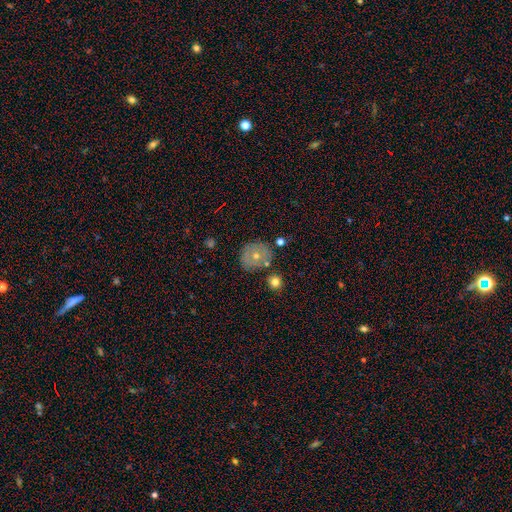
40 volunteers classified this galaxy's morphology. Volunteers were most divided on "merging": none: 66%, minor disturbance: 21%, major disturbance: 8%, merger: 5%. More confident: how rounded — round (96%); smooth or featured — smooth (70%).